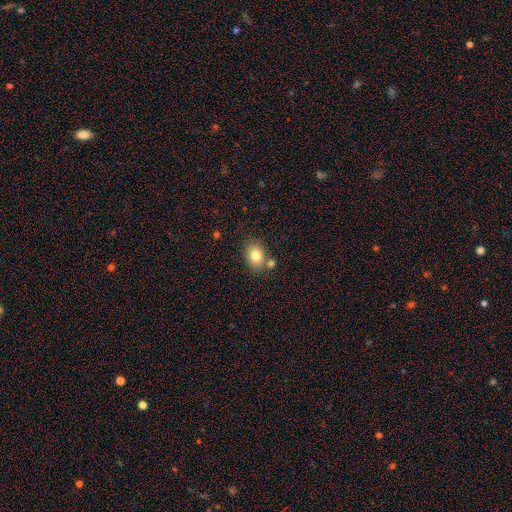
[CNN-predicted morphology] Smooth or featured: smooth — 79% (featured or disk — 12%)
How rounded: in between — 63% (round — 36%)
Merging: none — 67% (merger — 16%)